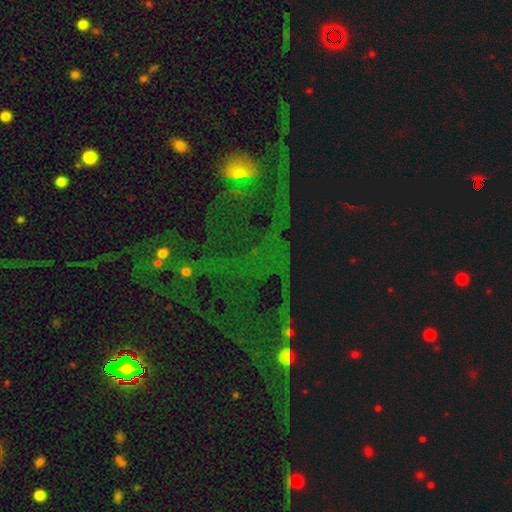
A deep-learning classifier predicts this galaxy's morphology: type=star or artifact (72%).